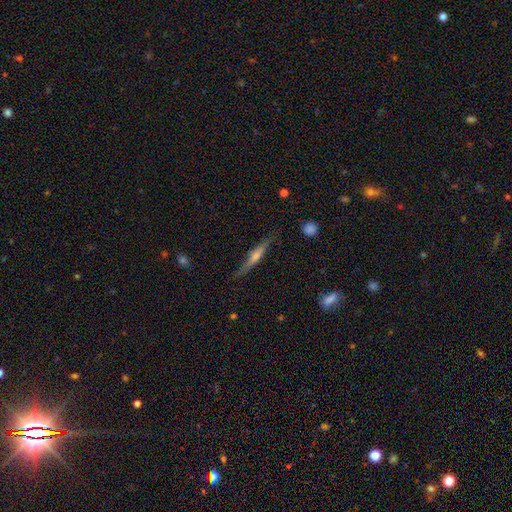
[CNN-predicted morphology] This is likely a featured or disk galaxy (67%). It is clearly viewed edge-on (96%). Edge-on bulge: likely rounded (77%). Merging: clearly none (84%).